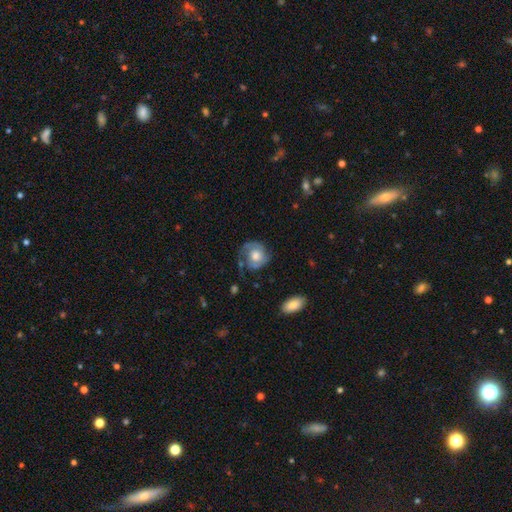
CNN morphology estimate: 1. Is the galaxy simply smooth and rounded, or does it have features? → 68% featured or disk, 26% smooth, 6% star or artifact.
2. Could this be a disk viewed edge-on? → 98% no, 2% yes.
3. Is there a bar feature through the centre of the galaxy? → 77% no, 20% weak, 3% strong.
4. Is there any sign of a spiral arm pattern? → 90% yes, 10% no.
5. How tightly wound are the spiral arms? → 48% tight, 38% medium, 15% loose.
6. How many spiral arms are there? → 65% 2, 14% can't tell, 10% 1, 6% 3, 2% 4, 2% more than 4.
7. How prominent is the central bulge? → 60% moderate, 25% large, 11% small, 2% none, 2% dominant.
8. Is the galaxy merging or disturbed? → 60% none, 23% minor disturbance, 15% major disturbance, 2% merger.